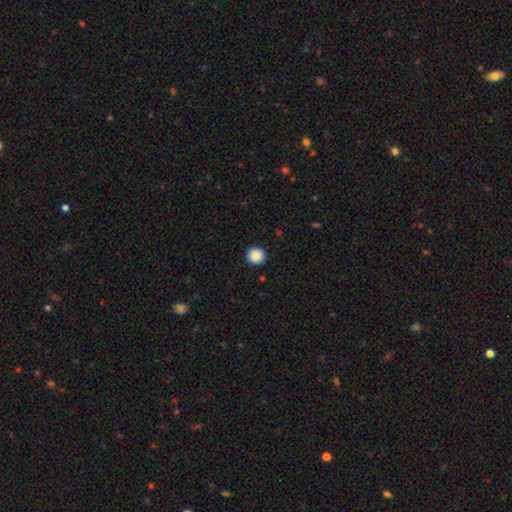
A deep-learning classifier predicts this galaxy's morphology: This is clearly a smooth galaxy (89%). How rounded: clearly round (95%). Merging: clearly none (93%).